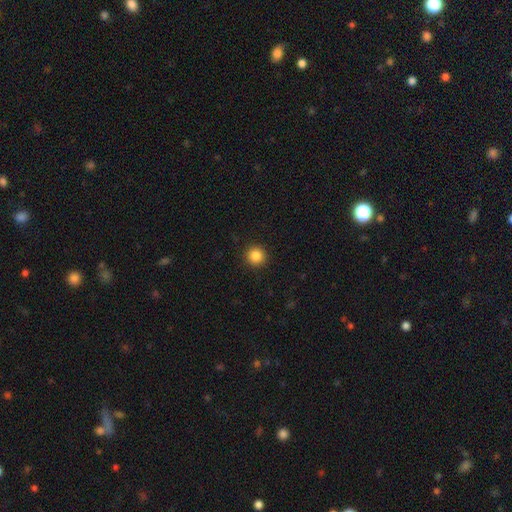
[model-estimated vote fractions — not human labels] This is clearly a smooth galaxy (86%). How rounded: clearly round (95%). Merging: clearly none (93%).